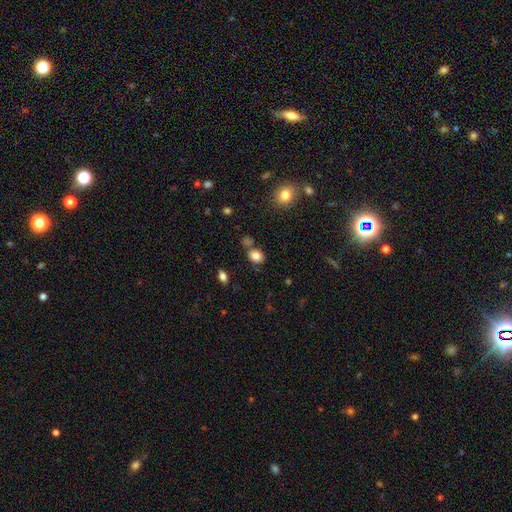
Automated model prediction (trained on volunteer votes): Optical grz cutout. It shows a smooth galaxy with no disk features (83%) that is in between round and cigar-shaped (54%). Merging: none (70%).